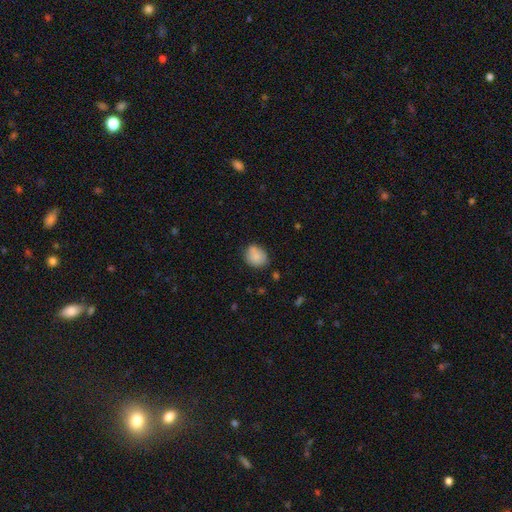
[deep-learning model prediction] A smooth galaxy with no disk features (81%) that is round (58%). Merging: none (68%).